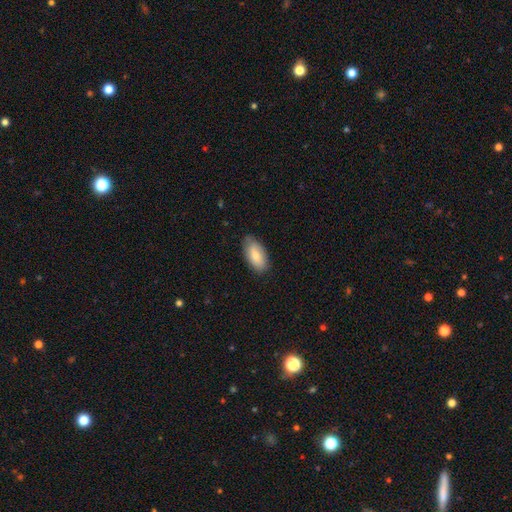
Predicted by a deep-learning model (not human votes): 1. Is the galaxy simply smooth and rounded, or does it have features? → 78% smooth, 16% featured or disk, 6% star or artifact.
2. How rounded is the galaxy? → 93% in between, 4% cigar-shaped, 3% round.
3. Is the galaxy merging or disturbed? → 81% none, 15% minor disturbance, 3% major disturbance, 1% merger.